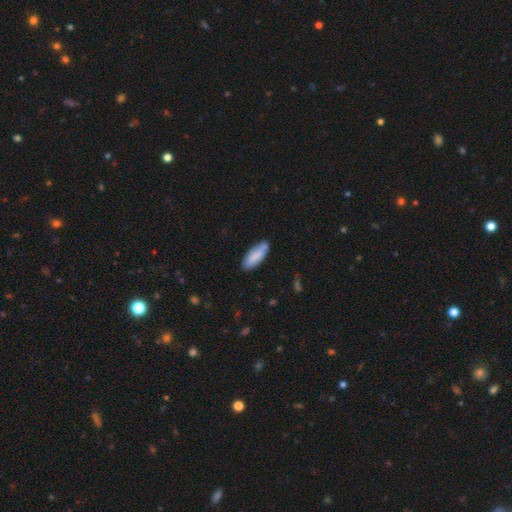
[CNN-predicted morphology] type=smooth (82%); roundness=in between (63%); merging=none (74%).